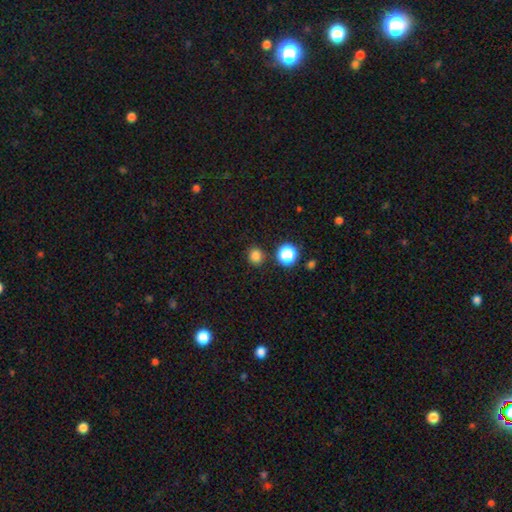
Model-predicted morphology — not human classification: Smooth or featured? smooth (81%)
How rounded? round (87%)
Merging? none (88%)